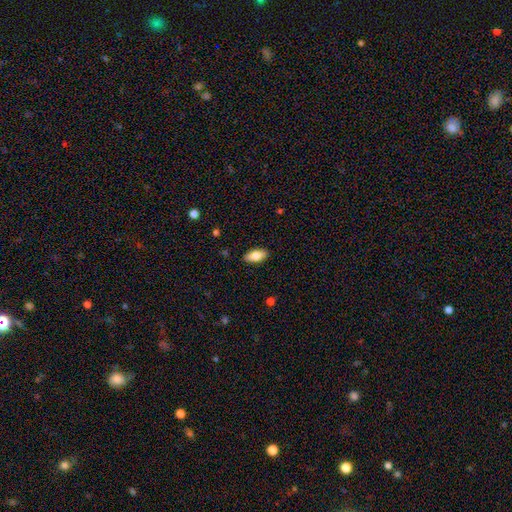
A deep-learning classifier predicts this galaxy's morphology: smooth_or_featured: smooth (p=0.79) [alt: featured or disk p=0.14]
how_rounded: in between (p=0.89) [alt: cigar-shaped p=0.09]
merging: none (p=0.89) [alt: minor disturbance p=0.08]